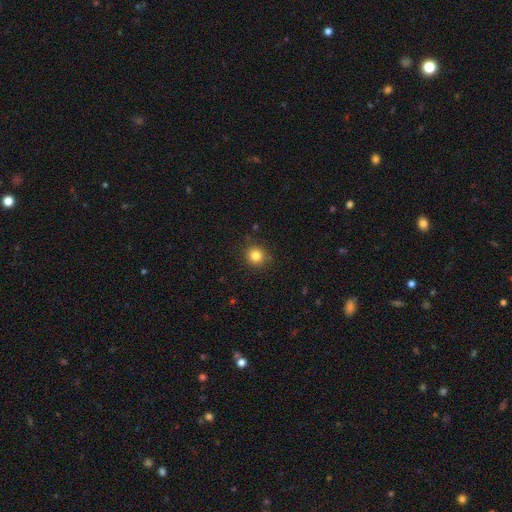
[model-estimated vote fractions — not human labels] Morphology: type=smooth (84%); roundness=round (90%); merging=none (88%).